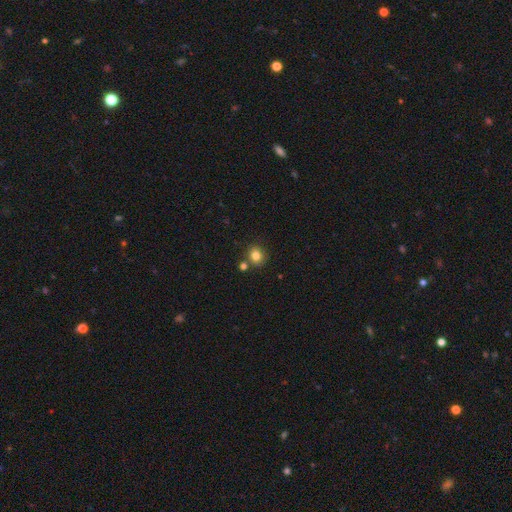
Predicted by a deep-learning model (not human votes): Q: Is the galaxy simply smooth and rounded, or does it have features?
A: smooth — 82%.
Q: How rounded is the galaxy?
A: round — 78%.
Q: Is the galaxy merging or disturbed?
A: none — 76%.